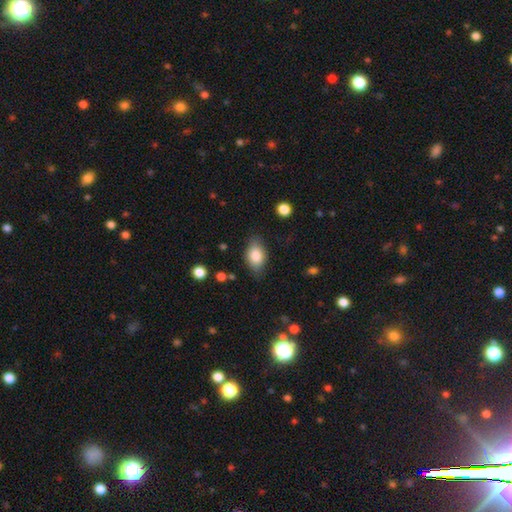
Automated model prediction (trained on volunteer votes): Morphology: type=smooth (83%); roundness=in between (88%); merging=none (75%).